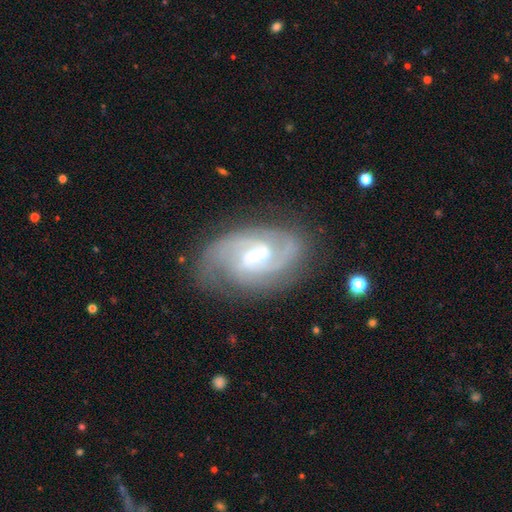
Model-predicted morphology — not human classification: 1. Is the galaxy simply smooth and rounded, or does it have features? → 89% featured or disk, 6% smooth, 5% star or artifact.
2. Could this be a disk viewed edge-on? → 97% no, 3% yes.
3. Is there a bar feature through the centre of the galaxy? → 50% weak, 37% no, 13% strong.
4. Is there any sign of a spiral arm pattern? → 98% yes, 2% no.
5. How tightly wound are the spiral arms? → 48% tight, 44% medium, 8% loose.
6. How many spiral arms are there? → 53% 2, 23% 3, 13% can't tell, 5% 4, 4% 1, 3% more than 4.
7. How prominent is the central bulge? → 62% small, 32% moderate, 2% none, 2% large, 1% dominant.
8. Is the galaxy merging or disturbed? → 74% none, 17% minor disturbance, 7% major disturbance, 2% merger.